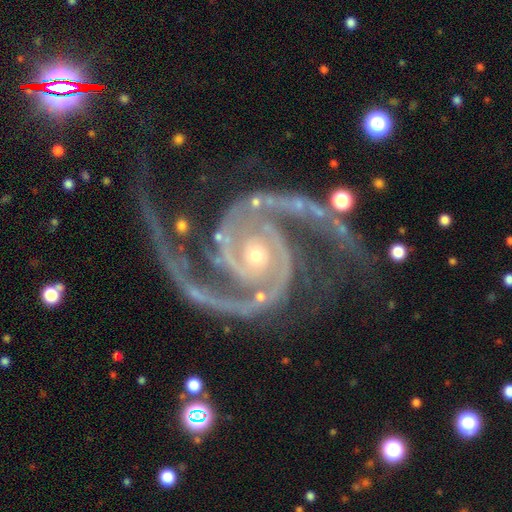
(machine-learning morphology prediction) A featured or disk galaxy (94%) with no bar (60%), 2 (92%) medium (54%) spiral arms (99%) and a small central bulge (62%).

Vote fractions:
- Smooth or featured? featured or disk: 94% / star or artifact: 4% / smooth: 2%
- Edge-on disk? no: 98% / yes: 2%
- Bar? no: 60% / weak: 24% / strong: 15%
- Spiral arms? yes: 99% / no: 1%
- Spiral winding? medium: 54% / tight: 37% / loose: 9%
- Spiral arm count? 2: 92% / 3: 3% / can't tell: 1% / 4: 1% / 1: 1% / more than 4: 1%
- Bulge size? small: 62% / moderate: 35% / large: 2% / none: 1% / dominant: 1%
- Merging? none: 68% / minor disturbance: 18% / major disturbance: 11% / merger: 4%